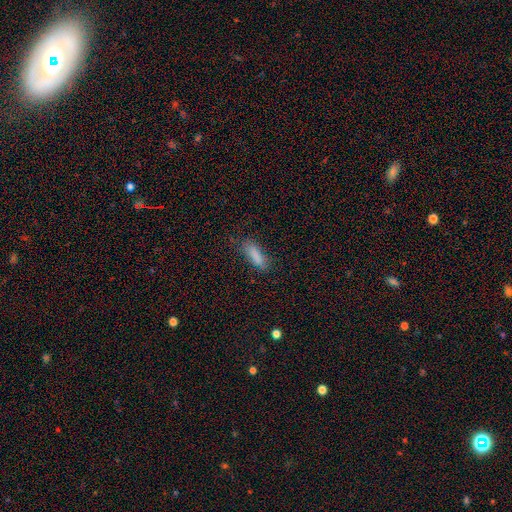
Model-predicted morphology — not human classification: Q: Smooth or featured?
A: smooth (83%); runner-up: star or artifact (9%)
Q: How rounded?
A: in between (54%); runner-up: cigar-shaped (44%)
Q: Merging?
A: none (72%); runner-up: minor disturbance (20%)